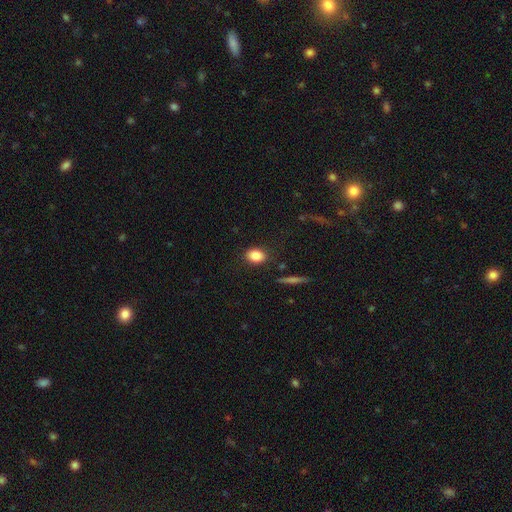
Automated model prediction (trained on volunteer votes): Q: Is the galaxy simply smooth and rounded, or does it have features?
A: smooth — 85%.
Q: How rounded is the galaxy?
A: in between — 68%.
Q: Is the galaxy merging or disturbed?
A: none — 85%.